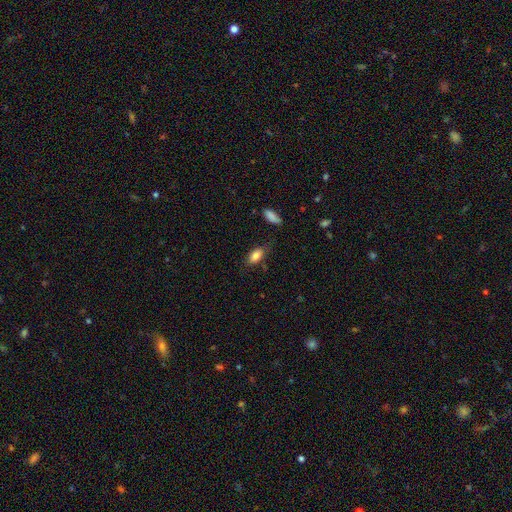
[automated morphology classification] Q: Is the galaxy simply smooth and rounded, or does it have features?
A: smooth — 82%.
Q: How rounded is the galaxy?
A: in between — 87%.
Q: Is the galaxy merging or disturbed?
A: none — 71%.